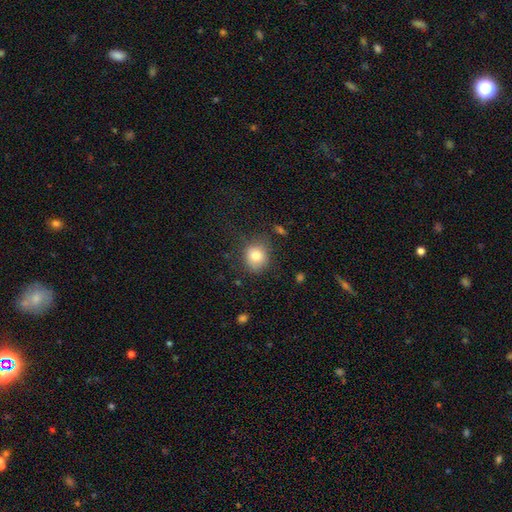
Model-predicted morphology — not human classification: A smooth galaxy with no disk features (80%) that is round (71%). Merging: none (73%).